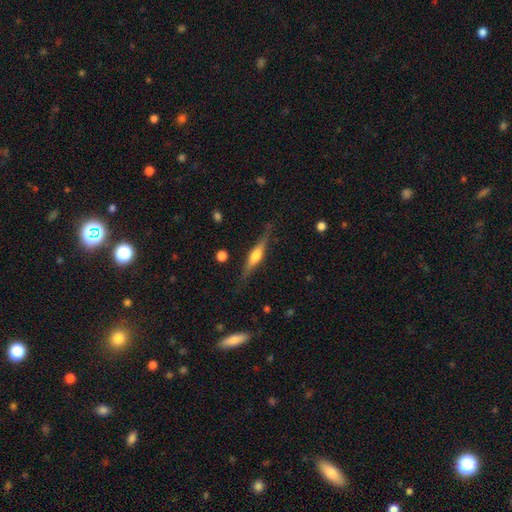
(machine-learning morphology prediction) smooth_or_featured: featured or disk (p=0.64) [alt: smooth p=0.30]
disk_edge_on: yes (p=0.96) [alt: no p=0.04]
edge_on_bulge: rounded (p=0.85) [alt: boxy p=0.11]
merging: none (p=0.82) [alt: minor disturbance p=0.13]